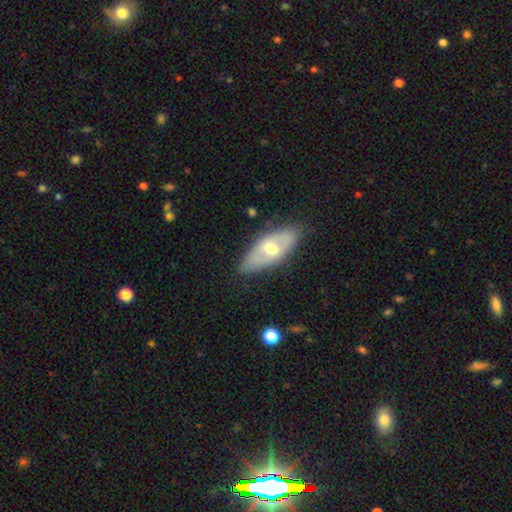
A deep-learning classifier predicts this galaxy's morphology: Q: Smooth or featured?
A: featured or disk (49%); runner-up: smooth (42%)
Q: Merging?
A: none (83%); runner-up: minor disturbance (13%)